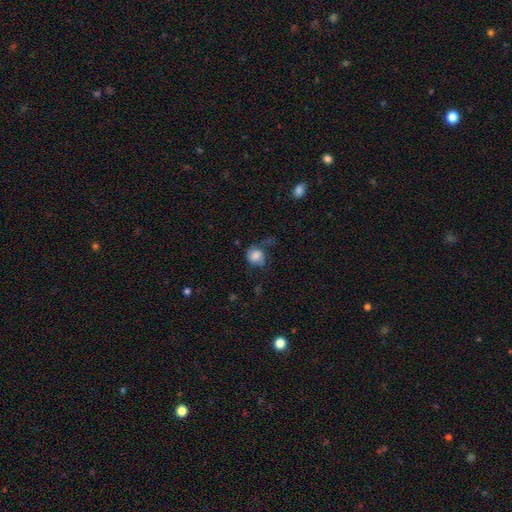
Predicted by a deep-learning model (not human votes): smooth-or-featured: smooth: 71% | featured or disk: 20% | star or artifact: 9%
  how-rounded: round: 67% | in between: 32% | cigar-shaped: 1%
  merging: none: 37% | major disturbance: 30% | minor disturbance: 28% | merger: 4%